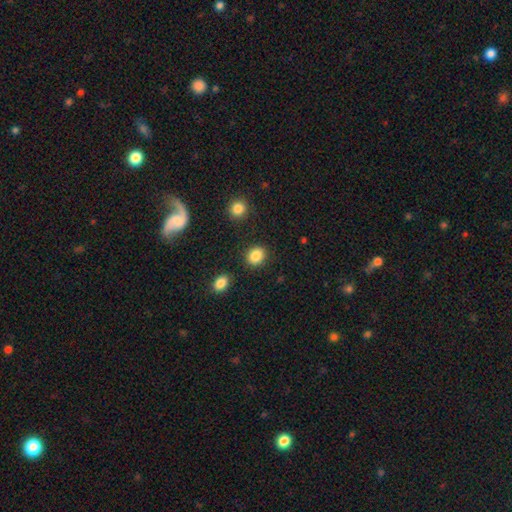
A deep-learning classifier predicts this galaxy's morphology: This is clearly a smooth galaxy (87%). How rounded: possibly round (53%). Merging: clearly none (86%).